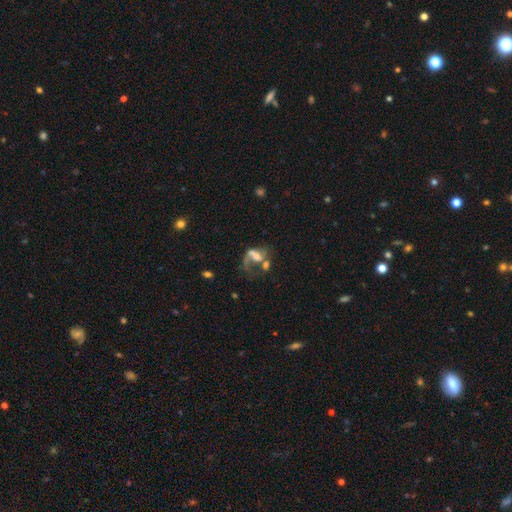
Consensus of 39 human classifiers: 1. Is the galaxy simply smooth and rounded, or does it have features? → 82% featured or disk, 13% smooth, 5% star or artifact.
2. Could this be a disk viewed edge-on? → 100% no, 0% yes.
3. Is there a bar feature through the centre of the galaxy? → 47% weak, 28% no, 25% strong.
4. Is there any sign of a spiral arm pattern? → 88% yes, 12% no.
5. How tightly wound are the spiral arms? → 71% loose, 25% medium, 4% tight.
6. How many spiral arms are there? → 61% 2, 39% 1, 0% 3, 0% 4, 0% more than 4, 0% can't tell.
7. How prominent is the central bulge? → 69% moderate, 12% large, 12% small, 6% none, 0% dominant.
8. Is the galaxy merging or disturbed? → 46% merger, 22% major disturbance, 16% none, 16% minor disturbance.